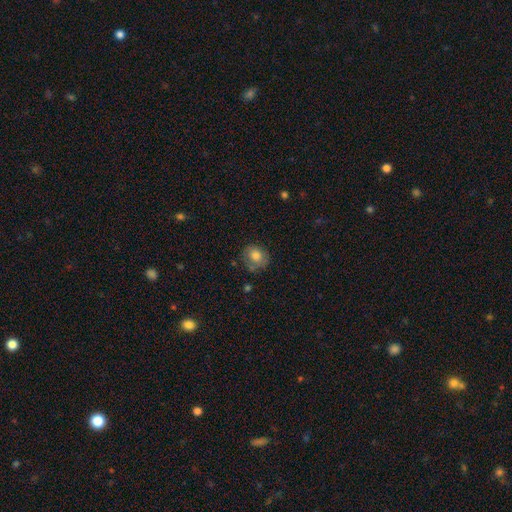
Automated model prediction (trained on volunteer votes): Overall: smooth (73%). How rounded: round (69%; in between 30%). Merging: none (68%).